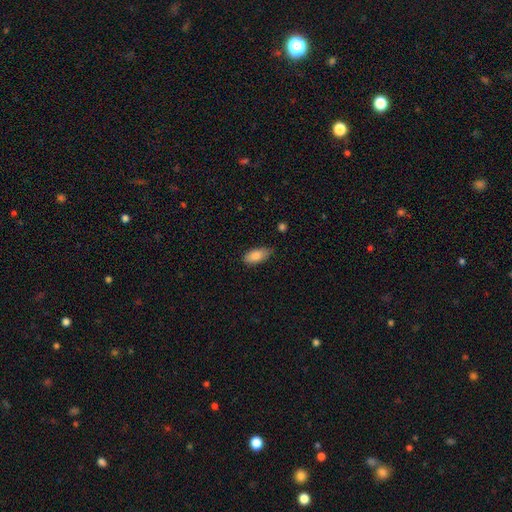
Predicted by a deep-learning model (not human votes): smooth_or_featured: smooth (p=0.84) [alt: featured or disk p=0.09]
how_rounded: in between (p=0.88) [alt: cigar-shaped p=0.09]
merging: none (p=0.70) [alt: minor disturbance p=0.24]